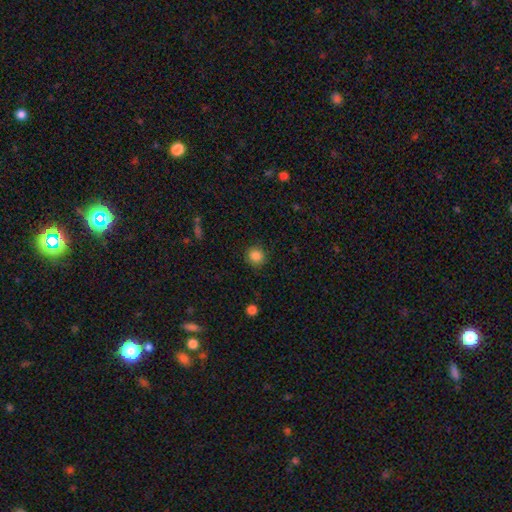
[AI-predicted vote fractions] This is clearly a smooth galaxy (86%). How rounded: clearly round (88%). Merging: clearly none (87%).